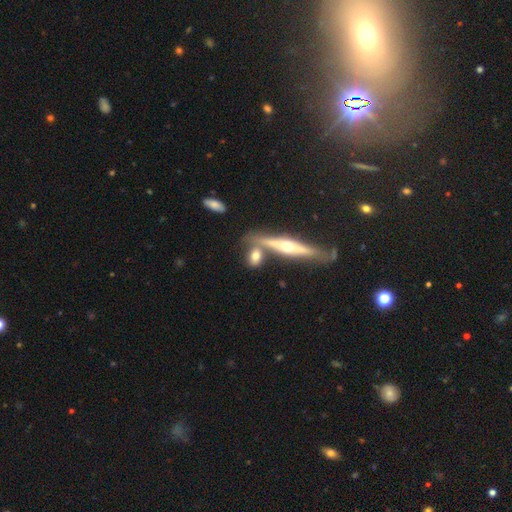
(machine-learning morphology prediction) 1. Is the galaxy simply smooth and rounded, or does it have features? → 58% smooth, 34% featured or disk, 8% star or artifact.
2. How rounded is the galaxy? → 58% in between, 21% round, 21% cigar-shaped.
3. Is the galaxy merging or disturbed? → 52% none, 30% merger, 13% minor disturbance, 5% major disturbance.